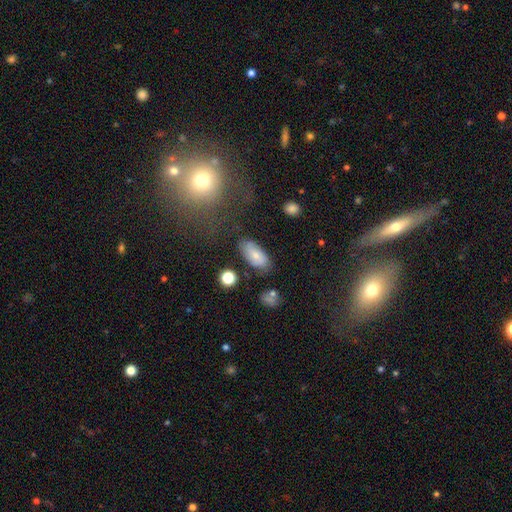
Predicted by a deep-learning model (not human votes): smooth-or-featured: smooth: 63% | featured or disk: 28% | star or artifact: 9%
  how-rounded: in between: 92% | cigar-shaped: 5% | round: 4%
  merging: none: 70% | minor disturbance: 20% | major disturbance: 6% | merger: 4%